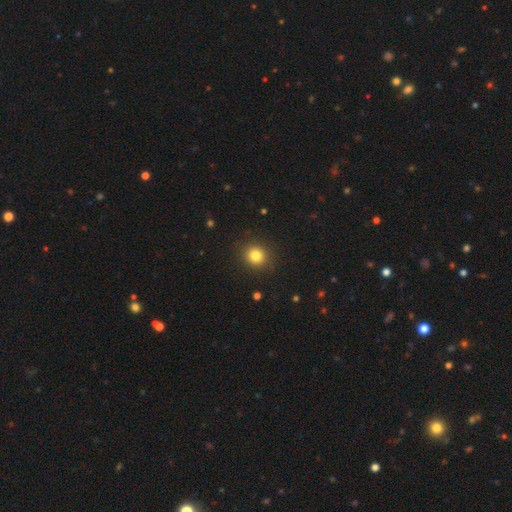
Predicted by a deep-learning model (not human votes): A smooth galaxy with no disk features (82%) that is round (85%).

Vote fractions:
- Smooth or featured? smooth: 82% / star or artifact: 12% / featured or disk: 6%
- How rounded? round: 85% / in between: 14% / cigar-shaped: 1%
- Merging? none: 89% / minor disturbance: 7% / major disturbance: 3% / merger: 1%